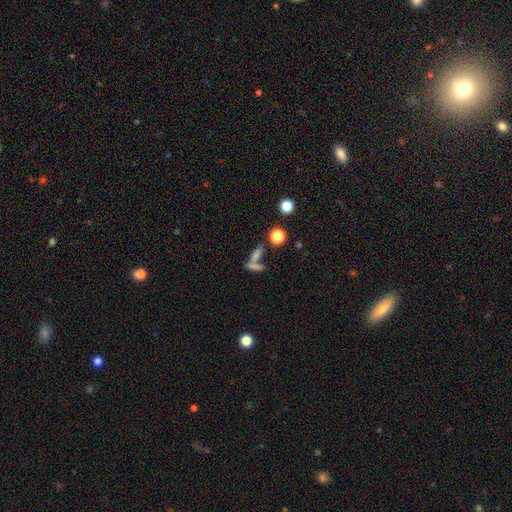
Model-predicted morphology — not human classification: Overall: smooth (61%; featured or disk 21%). How rounded: cigar-shaped (45%; in between 39%). Merging: merger (44%; none 38%).